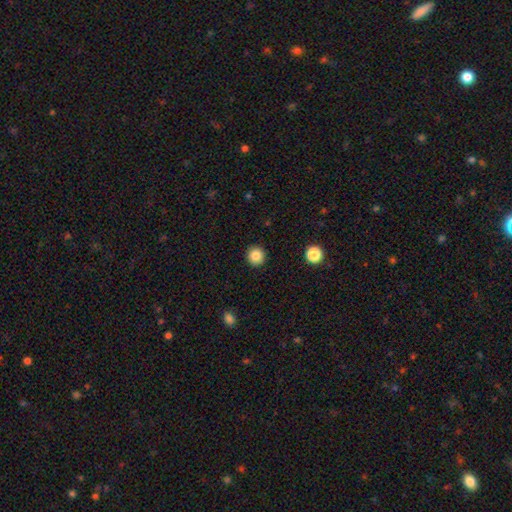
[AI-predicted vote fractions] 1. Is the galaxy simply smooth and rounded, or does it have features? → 85% smooth, 10% star or artifact, 5% featured or disk.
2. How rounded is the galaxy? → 95% round, 4% in between, 1% cigar-shaped.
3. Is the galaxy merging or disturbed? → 93% none, 5% minor disturbance, 2% major disturbance, 1% merger.